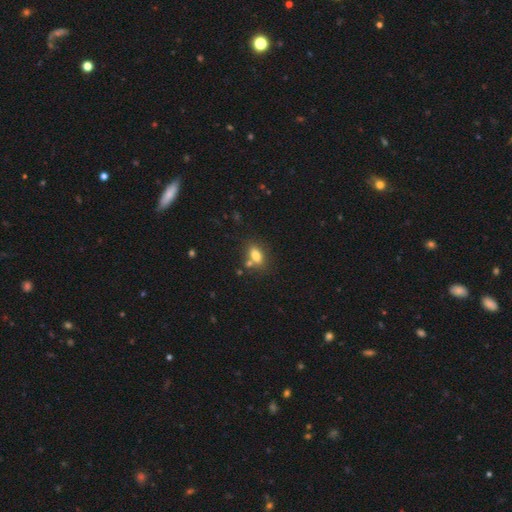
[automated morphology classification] This appears to be a smooth galaxy with no disk features (80%) that is in between round and cigar-shaped (82%). Merging: none (65%).